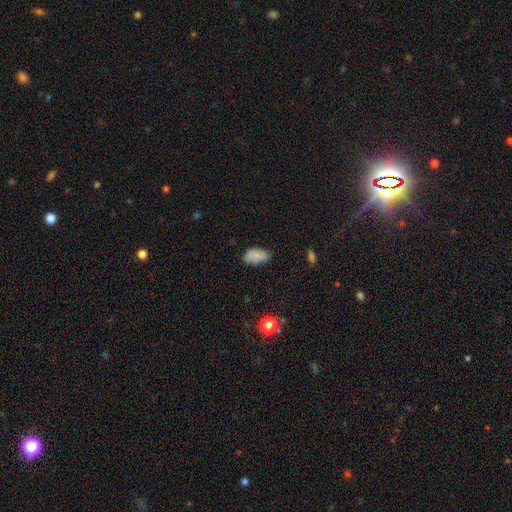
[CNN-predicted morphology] Smooth or featured: smooth — 75% (featured or disk — 15%)
How rounded: in between — 93% (round — 5%)
Merging: none — 61% (minor disturbance — 28%)